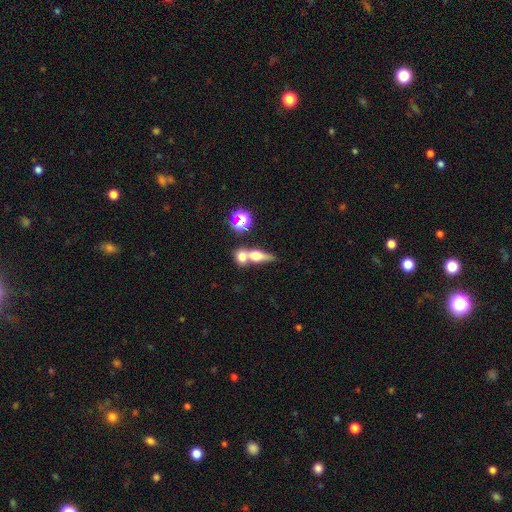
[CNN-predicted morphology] Smooth or featured? smooth (57%)
How rounded? in between (47%)
Merging? merger (57%)